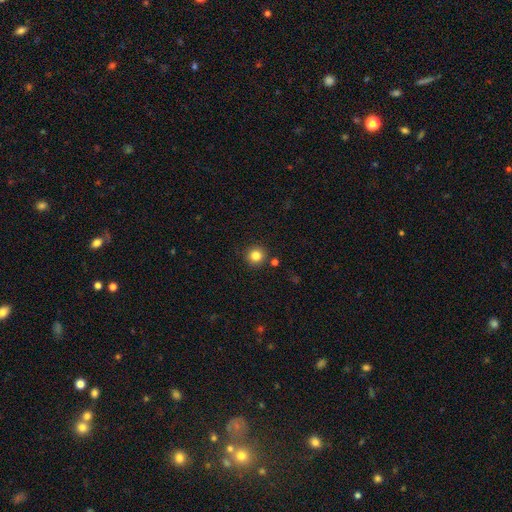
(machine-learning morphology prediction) The model was most divided on "smooth or featured": smooth: 83%, star or artifact: 12%, featured or disk: 6%. More confident: how rounded — round (95%); merging — none (89%).